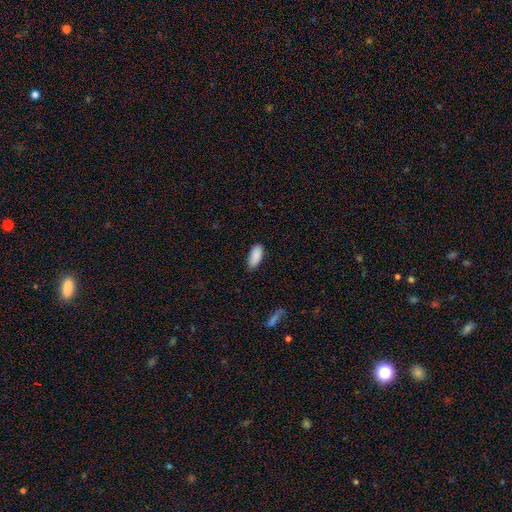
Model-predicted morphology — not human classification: Smooth or featured? Predicted: smooth (p=0.89). How rounded? Predicted: in between (p=0.89). Merging? Predicted: none (p=0.82).